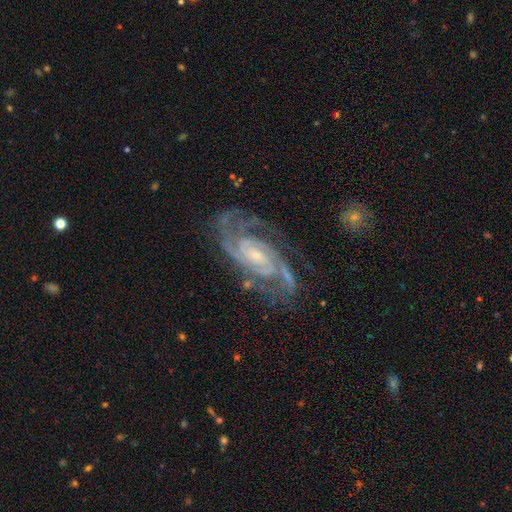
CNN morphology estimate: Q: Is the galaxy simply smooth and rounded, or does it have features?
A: featured or disk — 92%.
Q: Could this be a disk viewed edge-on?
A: no — 97%.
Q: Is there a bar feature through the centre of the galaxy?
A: no — 47%.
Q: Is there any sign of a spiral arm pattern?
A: yes — 98%.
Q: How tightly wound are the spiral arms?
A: tight — 55%.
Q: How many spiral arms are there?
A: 2 — 55%.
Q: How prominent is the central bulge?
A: small — 66%.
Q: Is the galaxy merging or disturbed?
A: none — 72%.